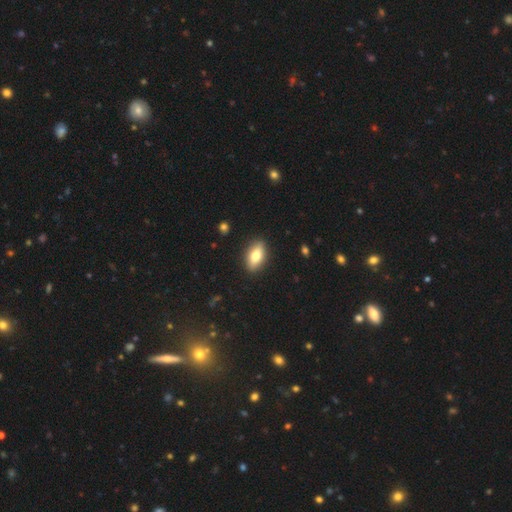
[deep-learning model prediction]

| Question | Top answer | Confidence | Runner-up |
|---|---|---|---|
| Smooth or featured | smooth | 74% | featured or disk (19%) |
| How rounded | in between | 87% | cigar-shaped (7%) |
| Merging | none | 88% | minor disturbance (8%) |